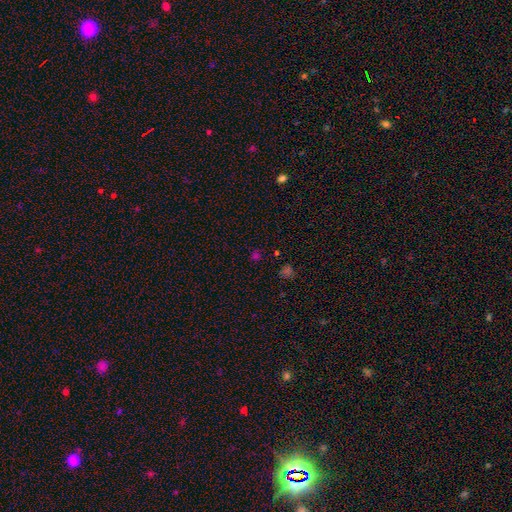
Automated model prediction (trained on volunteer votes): smooth_or_featured: smooth (p=0.52) [alt: star or artifact p=0.42]
how_rounded: round (p=0.84) [alt: in between p=0.14]
merging: none (p=0.81) [alt: minor disturbance p=0.10]